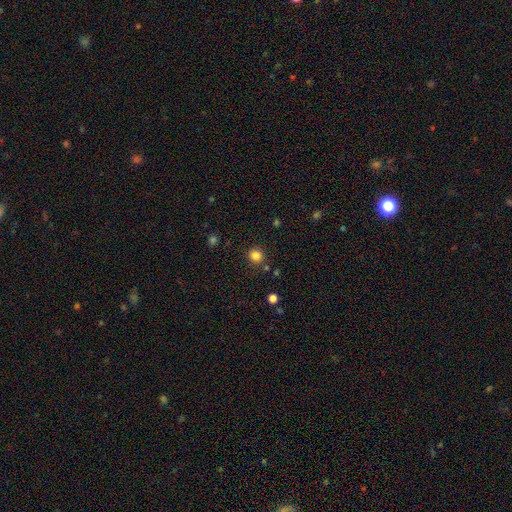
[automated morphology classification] Smooth or featured: smooth — 83% (star or artifact — 13%)
How rounded: round — 91% (in between — 8%)
Merging: none — 87% (minor disturbance — 7%)